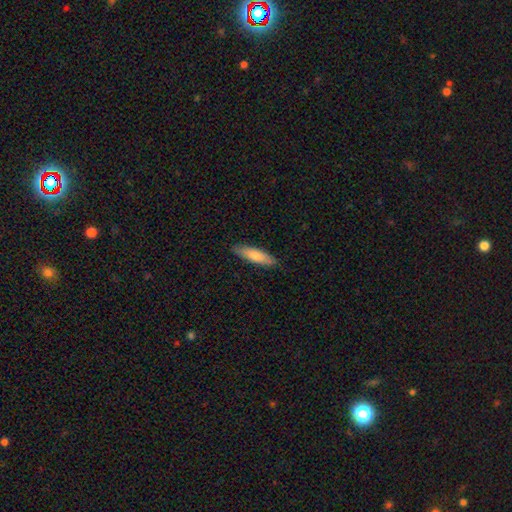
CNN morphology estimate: This appears to be a smooth galaxy with no disk features (80%) that is cigar-shaped (66%). Merging: none (87%).